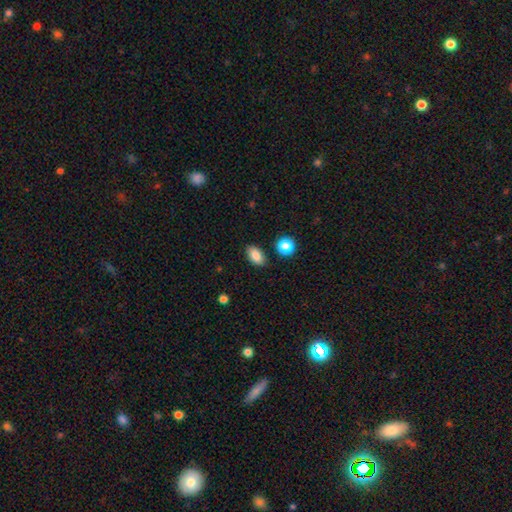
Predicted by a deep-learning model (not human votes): This is clearly a smooth galaxy (85%). How rounded: clearly in between (90%). Merging: clearly none (86%).